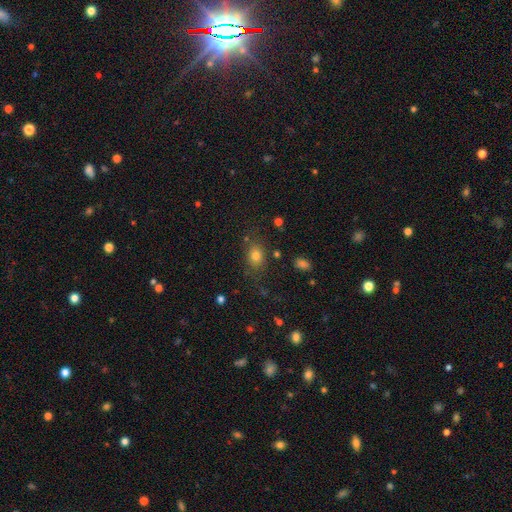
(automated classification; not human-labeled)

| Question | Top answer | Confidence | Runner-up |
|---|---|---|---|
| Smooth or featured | smooth | 77% | star or artifact (14%) |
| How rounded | in between | 60% | round (38%) |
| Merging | none | 75% | minor disturbance (15%) |